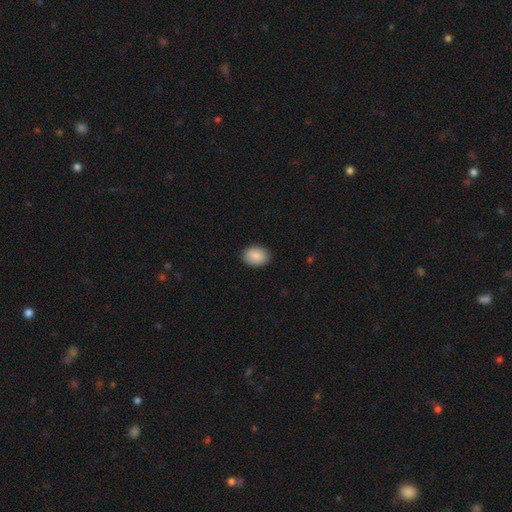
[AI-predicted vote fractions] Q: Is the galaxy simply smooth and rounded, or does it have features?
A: smooth — 89%.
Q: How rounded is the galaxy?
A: in between — 73%.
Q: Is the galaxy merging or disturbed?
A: none — 89%.